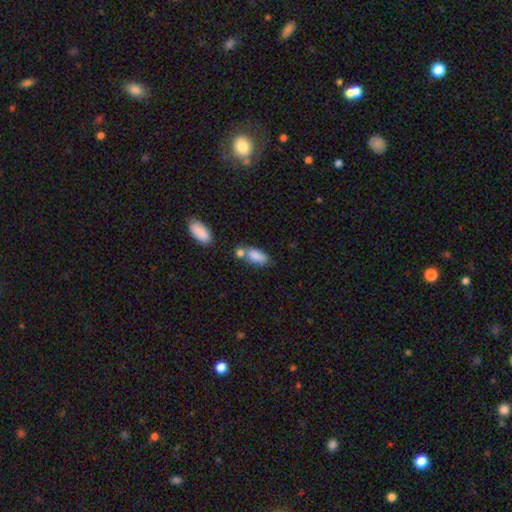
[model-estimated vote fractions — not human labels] This is clearly a smooth galaxy (85%). How rounded: clearly in between (85%). Merging: possibly none (49%).